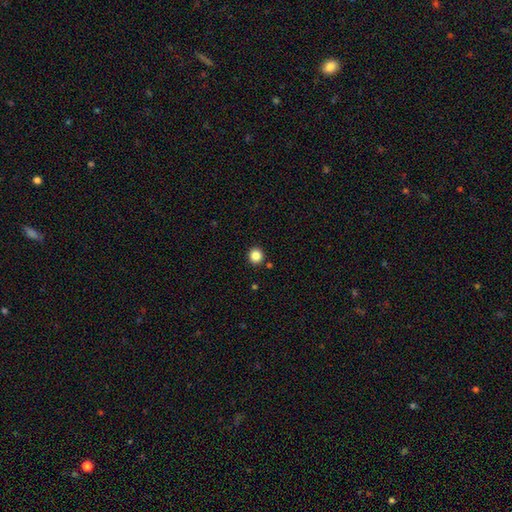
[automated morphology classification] smooth-or-featured: smooth: 86% | star or artifact: 11% | featured or disk: 3%
  how-rounded: round: 93% | in between: 6% | cigar-shaped: 1%
  merging: none: 91% | minor disturbance: 5% | merger: 2% | major disturbance: 2%